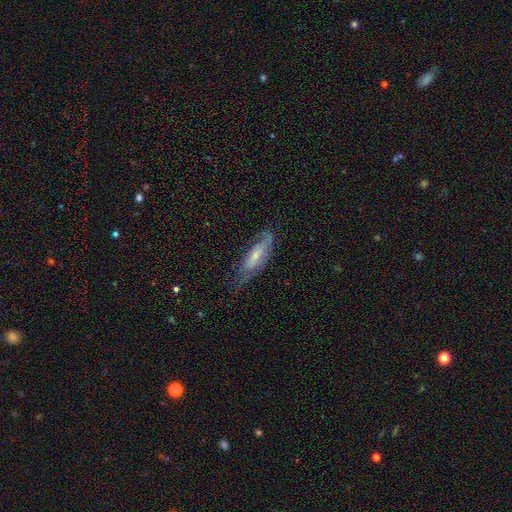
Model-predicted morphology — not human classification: Smooth or featured? Predicted: featured or disk (p=0.58). Edge-on disk? Predicted: no (p=0.75). Merging? Predicted: none (p=0.56).